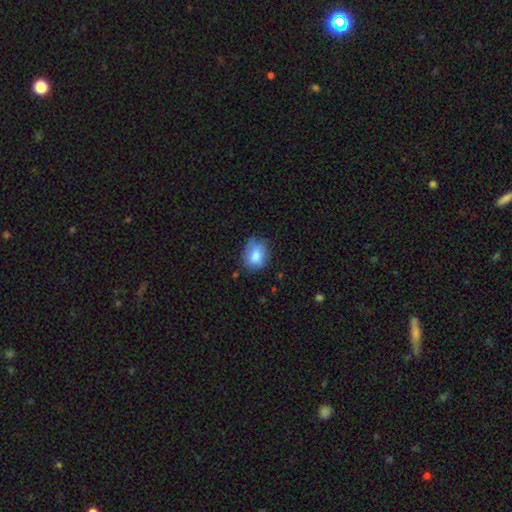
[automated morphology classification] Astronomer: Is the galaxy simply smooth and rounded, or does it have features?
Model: smooth — 77%.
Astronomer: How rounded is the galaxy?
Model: in between — 54% (runner-up: round, 45%).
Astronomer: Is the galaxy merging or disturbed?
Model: none — 62%.